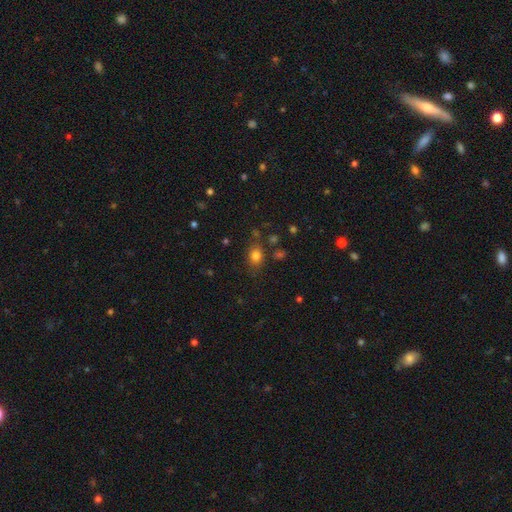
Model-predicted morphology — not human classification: Smooth or featured: smooth — 79% (star or artifact — 14%)
How rounded: in between — 54% (round — 45%)
Merging: none — 77% (minor disturbance — 14%)